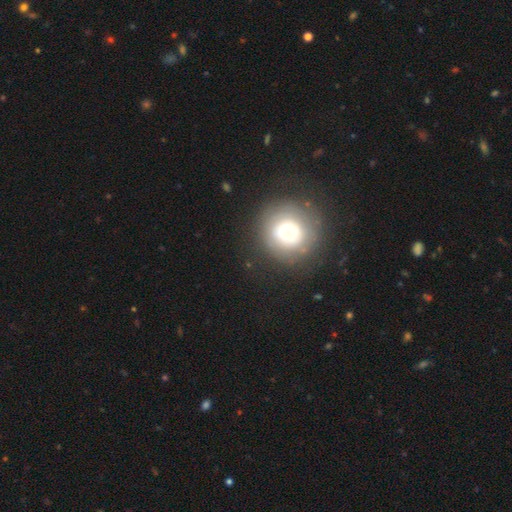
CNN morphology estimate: This appears to be a smooth galaxy with no disk features (61%) that is round (90%). Merging: none (87%).